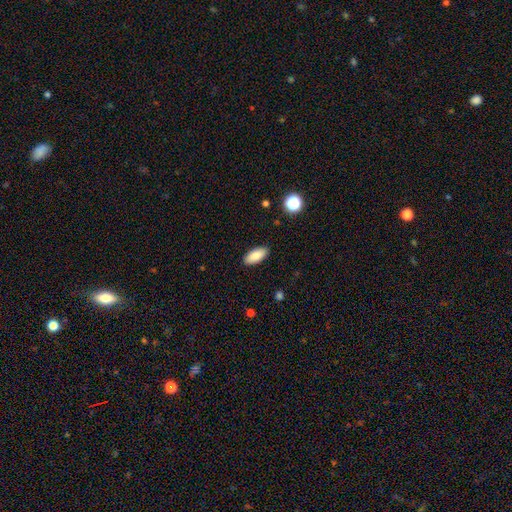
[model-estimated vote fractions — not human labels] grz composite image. It shows a smooth galaxy with no disk features (86%) that is in between round and cigar-shaped (88%). Merging: none (89%).